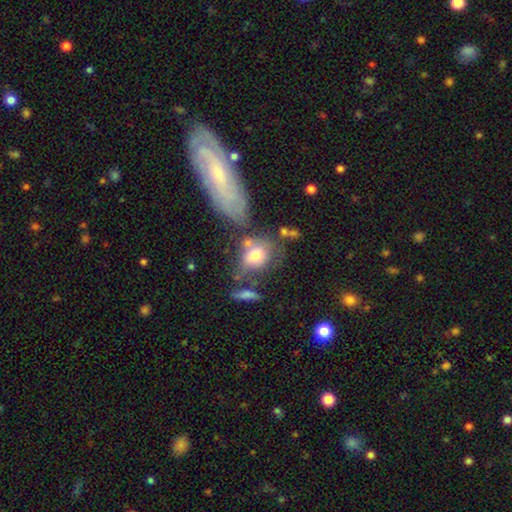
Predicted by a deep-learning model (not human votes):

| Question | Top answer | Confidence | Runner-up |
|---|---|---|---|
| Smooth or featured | smooth | 68% | featured or disk (22%) |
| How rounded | in between | 51% | round (47%) |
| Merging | none | 37% | merger (27%) |